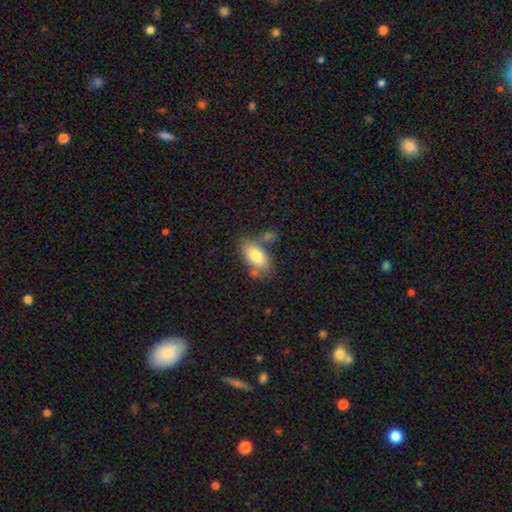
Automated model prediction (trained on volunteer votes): Smooth or featured? Predicted: smooth (p=0.80). How rounded? Predicted: in between (p=0.92). Merging? Predicted: none (p=0.62).